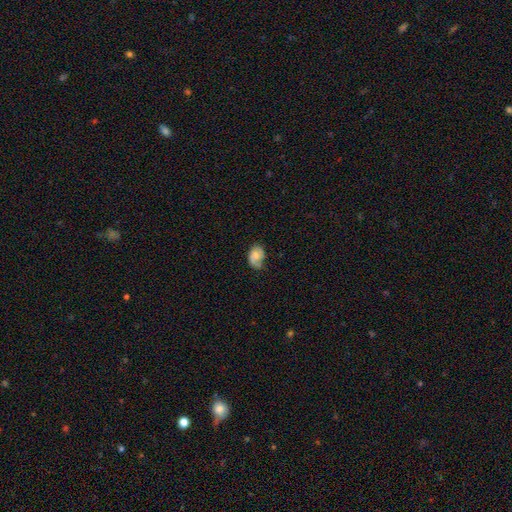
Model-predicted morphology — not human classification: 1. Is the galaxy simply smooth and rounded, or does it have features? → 59% smooth, 33% featured or disk, 8% star or artifact.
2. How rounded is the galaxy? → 75% in between, 23% round, 1% cigar-shaped.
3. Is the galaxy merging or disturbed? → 56% none, 33% minor disturbance, 9% major disturbance, 2% merger.